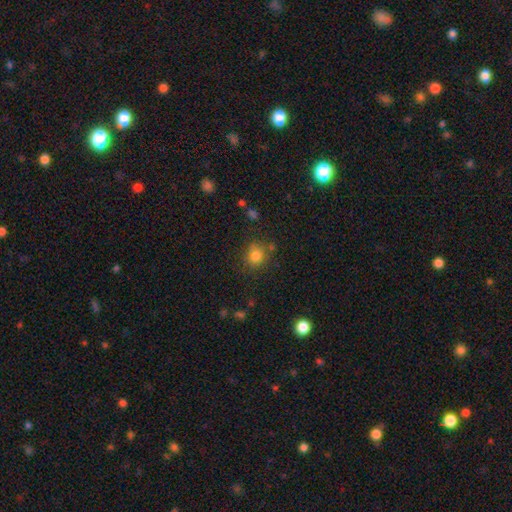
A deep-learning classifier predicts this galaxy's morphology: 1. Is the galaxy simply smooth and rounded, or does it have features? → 81% smooth, 13% star or artifact, 6% featured or disk.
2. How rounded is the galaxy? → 81% round, 18% in between, 1% cigar-shaped.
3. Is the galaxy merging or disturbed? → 77% none, 13% minor disturbance, 5% merger, 5% major disturbance.